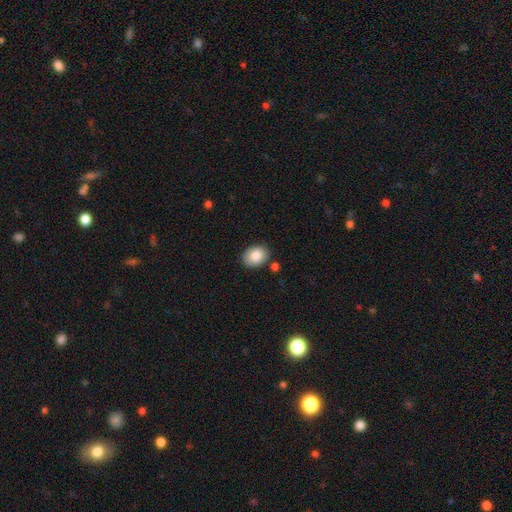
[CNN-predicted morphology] Overall: smooth (84%). How rounded: in between (62%; round 37%). Merging: none (83%).